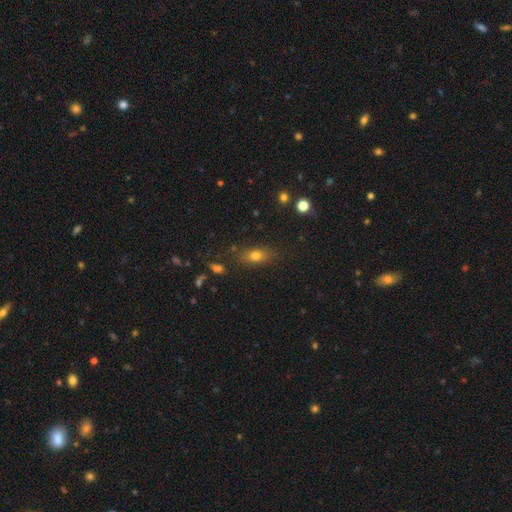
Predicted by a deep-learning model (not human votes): Smooth or featured? smooth (71%)
How rounded? in between (69%)
Merging? none (79%)